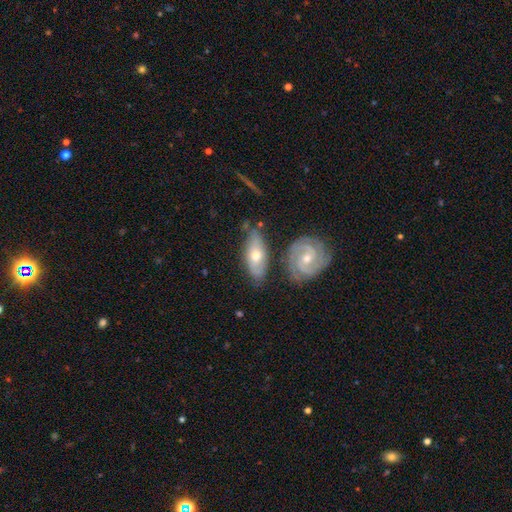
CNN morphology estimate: Smooth or featured?
  - featured or disk: 64% *
  - smooth: 28%
  - star or artifact: 7%
Edge-on disk?
  - no: 83% *
  - yes: 17%
Bar?
  - no: 66% *
  - weak: 26%
  - strong: 9%
Spiral arms?
  - yes: 86% *
  - no: 14%
Bulge size?
  - moderate: 61% *
  - small: 34%
  - large: 3%
  - none: 1%
  - dominant: 1%
Merging?
  - none: 67% *
  - minor disturbance: 17%
  - merger: 12%
  - major disturbance: 5%